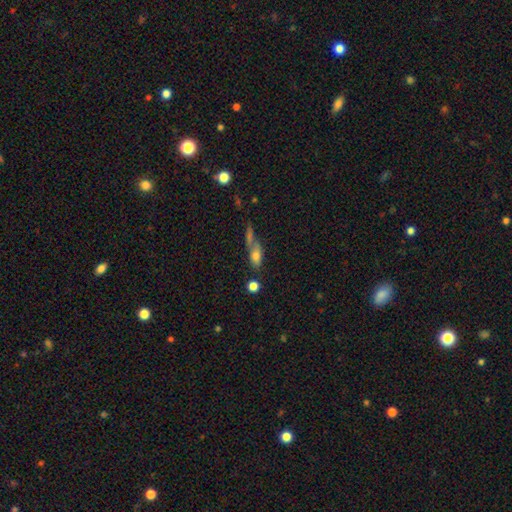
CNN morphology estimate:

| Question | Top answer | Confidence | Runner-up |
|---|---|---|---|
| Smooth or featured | smooth | 68% | featured or disk (20%) |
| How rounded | in between | 68% | cigar-shaped (22%) |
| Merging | none | 38% | merger (35%) |